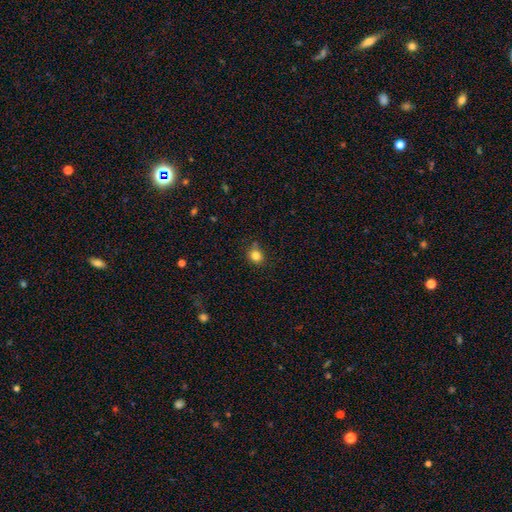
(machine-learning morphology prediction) Smooth or featured: smooth — 82% (star or artifact — 12%)
How rounded: round — 80% (in between — 19%)
Merging: none — 74% (minor disturbance — 17%)